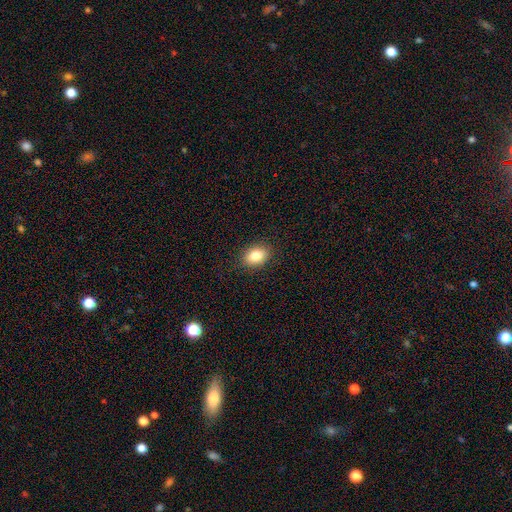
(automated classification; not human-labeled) A smooth galaxy with no disk features (84%) that is in between round and cigar-shaped (75%).

Vote fractions:
- Smooth or featured? smooth: 84% / star or artifact: 9% / featured or disk: 8%
- How rounded? in between: 75% / round: 24% / cigar-shaped: 1%
- Merging? none: 89% / minor disturbance: 8% / major disturbance: 2% / merger: 1%